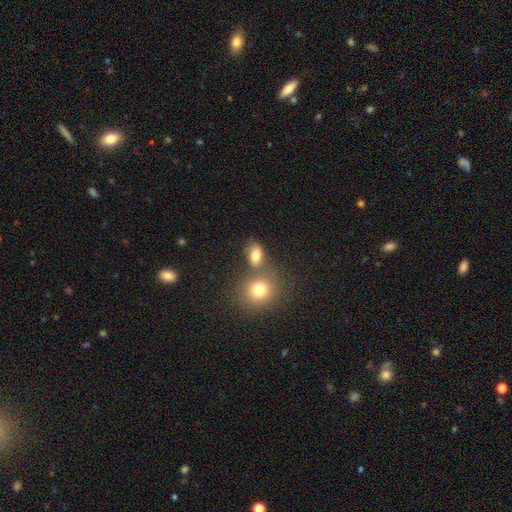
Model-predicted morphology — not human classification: This appears to be a smooth galaxy with no disk features (79%) that is in between round and cigar-shaped (68%). Merging: none (59%).